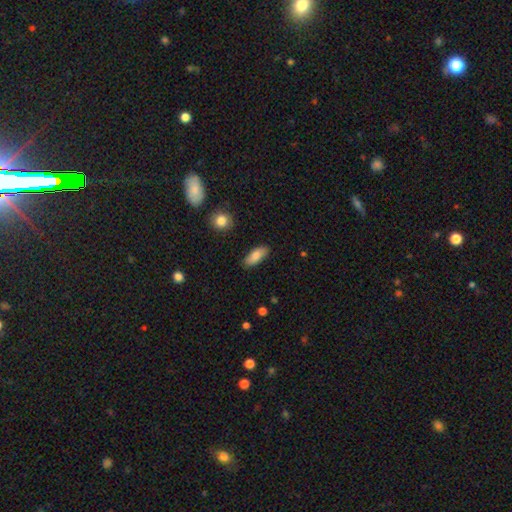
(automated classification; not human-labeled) Smooth or featured? Predicted: smooth (p=0.83). How rounded? Predicted: in between (p=0.83). Merging? Predicted: none (p=0.85).